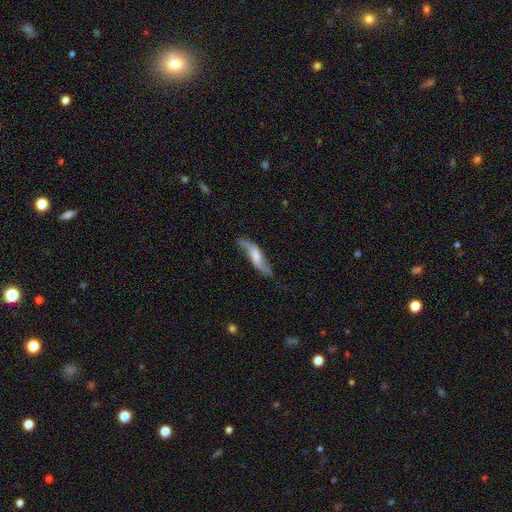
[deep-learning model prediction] featured or disk 60%, smooth 34%, star or artifact 6%. Down the decision tree: edge-on disk — no (73%); merging — none (65%).